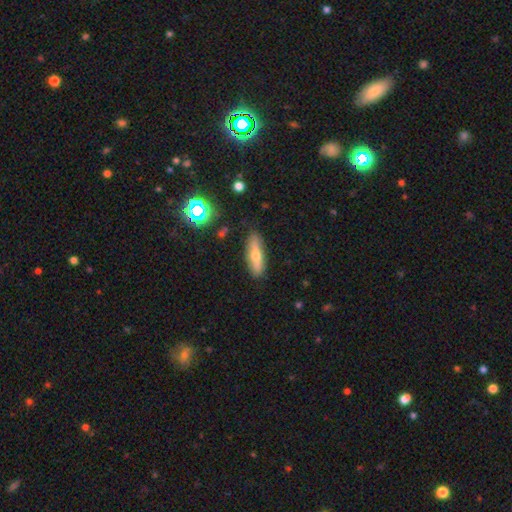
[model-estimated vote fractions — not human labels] Smooth or featured? Predicted: smooth (p=0.50). Merging? Predicted: none (p=0.85).